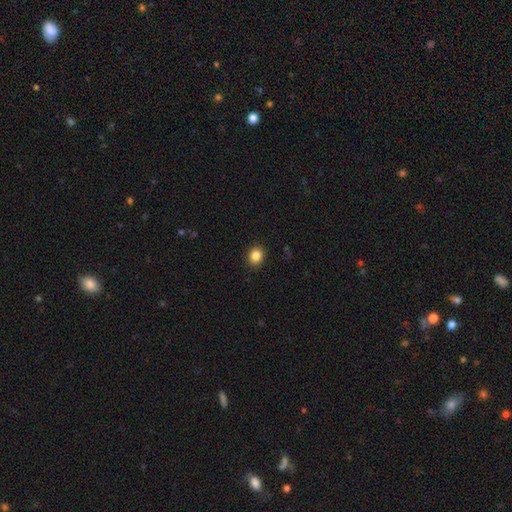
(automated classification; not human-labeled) Smooth or featured?
  - smooth: 85% *
  - star or artifact: 10%
  - featured or disk: 5%
How rounded?
  - round: 70% *
  - in between: 29%
  - cigar-shaped: 1%
Merging?
  - none: 91% *
  - minor disturbance: 6%
  - major disturbance: 2%
  - merger: 1%